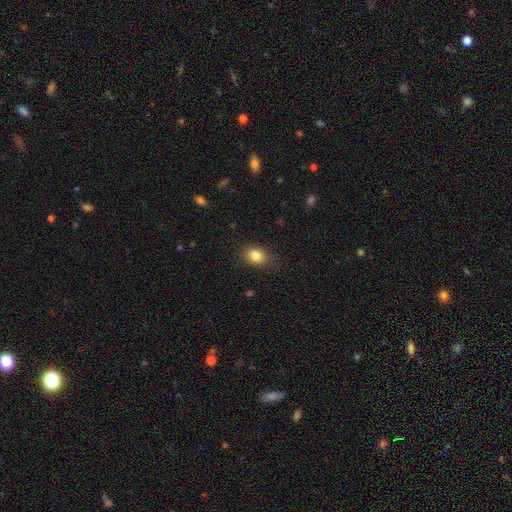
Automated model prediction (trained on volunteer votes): smooth_or_featured: smooth (p=0.83) [alt: star or artifact p=0.10]
how_rounded: in between (p=0.56) [alt: round p=0.42]
merging: none (p=0.84) [alt: minor disturbance p=0.12]